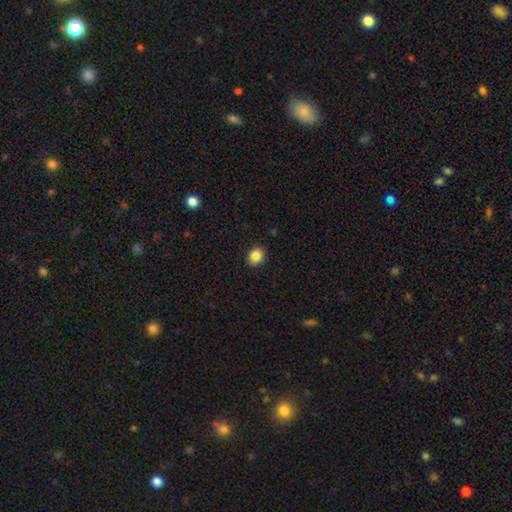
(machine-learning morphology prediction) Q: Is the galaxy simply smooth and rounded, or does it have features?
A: smooth — 86%.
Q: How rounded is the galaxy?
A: round — 73%.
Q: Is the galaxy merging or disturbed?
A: none — 91%.